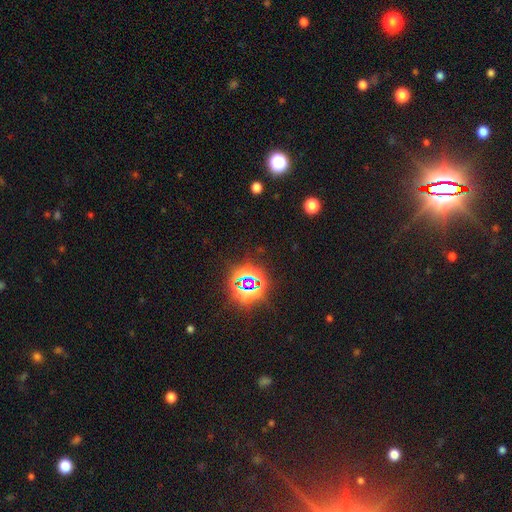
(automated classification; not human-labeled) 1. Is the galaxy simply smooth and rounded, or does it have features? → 81% star or artifact, 12% smooth, 7% featured or disk.